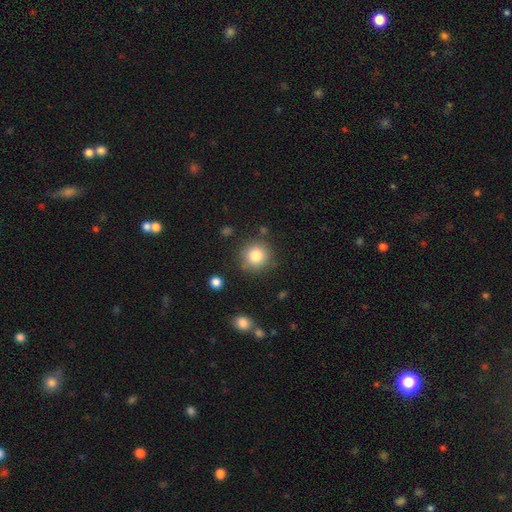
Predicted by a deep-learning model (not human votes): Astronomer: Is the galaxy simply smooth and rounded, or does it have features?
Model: smooth — 82%.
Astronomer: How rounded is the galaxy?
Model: round — 92%.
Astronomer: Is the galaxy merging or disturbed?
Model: none — 85%.